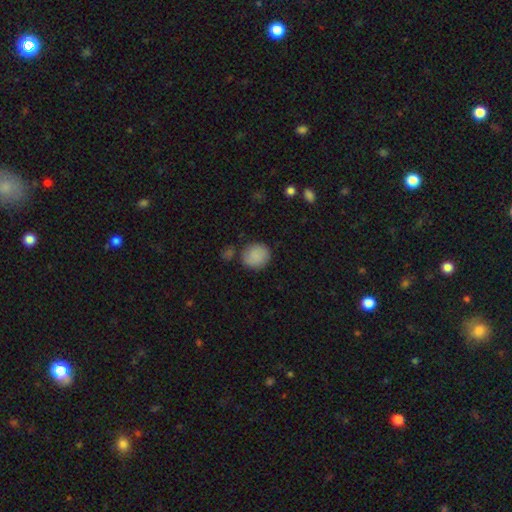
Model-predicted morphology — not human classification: Smooth or featured? smooth (87%)
How rounded? round (81%)
Merging? none (76%)